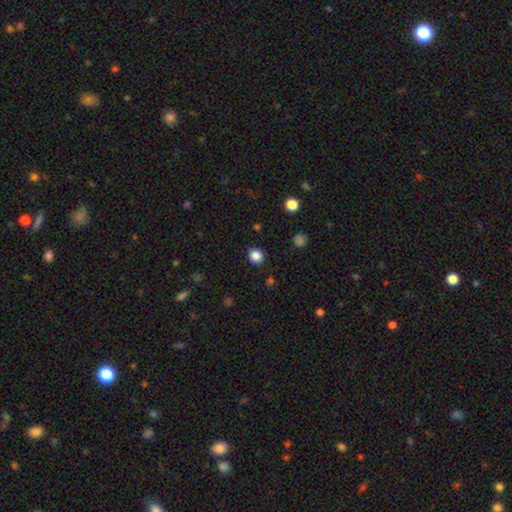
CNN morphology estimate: smooth_or_featured: smooth (p=0.85) [alt: star or artifact p=0.12]
how_rounded: round (p=0.91) [alt: in between p=0.08]
merging: none (p=0.91) [alt: minor disturbance p=0.06]